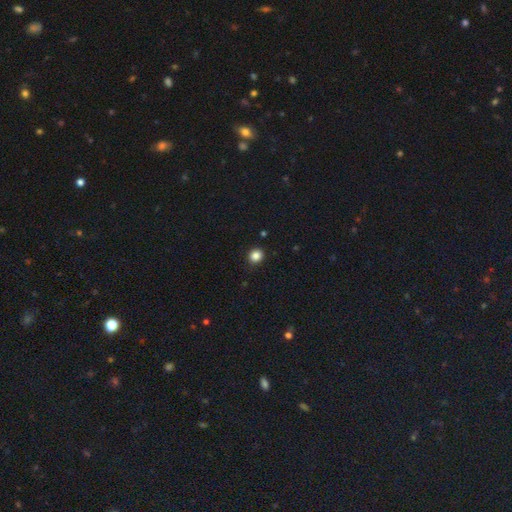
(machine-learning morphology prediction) smooth 85%, star or artifact 11%, featured or disk 3%. Down the decision tree: how rounded — round (78%); merging — none (90%).